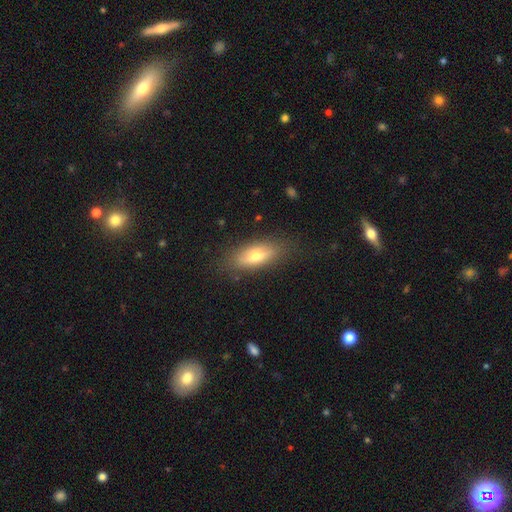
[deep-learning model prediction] smooth-or-featured: smooth: 58% | featured or disk: 35% | star or artifact: 8%
  how-rounded: in between: 69% | cigar-shaped: 27% | round: 4%
  merging: none: 81% | minor disturbance: 13% | major disturbance: 4% | merger: 1%